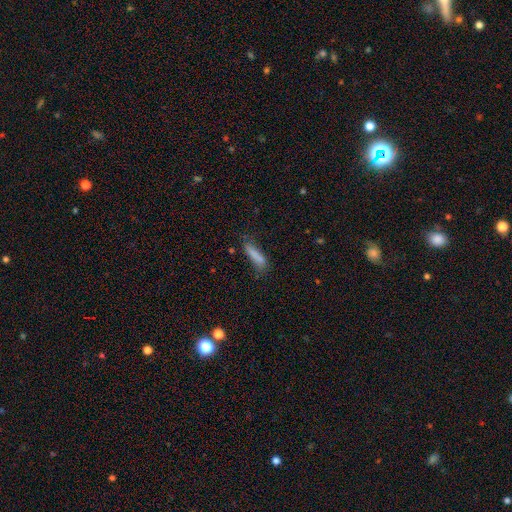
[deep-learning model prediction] This appears to be a smooth galaxy with no disk features (80%) that is cigar-shaped (73%). Merging: none (60%).